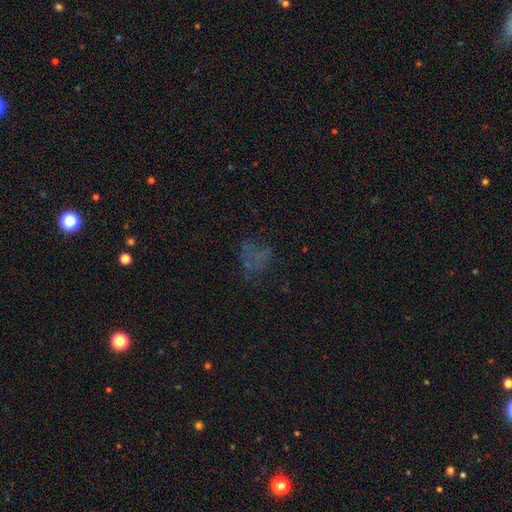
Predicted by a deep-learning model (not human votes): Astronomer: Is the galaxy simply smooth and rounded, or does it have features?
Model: smooth — 39% (runner-up: star or artifact, 33%).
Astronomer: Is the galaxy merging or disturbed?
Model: none — 52%.